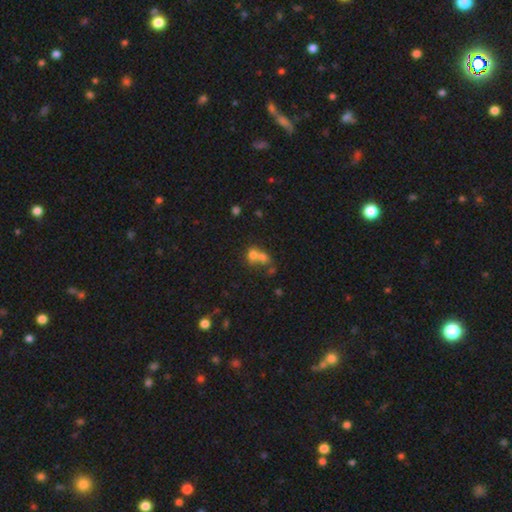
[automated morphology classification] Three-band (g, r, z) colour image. It shows a smooth galaxy with no disk features (66%) that is round (51%). Merging: merger (69%).